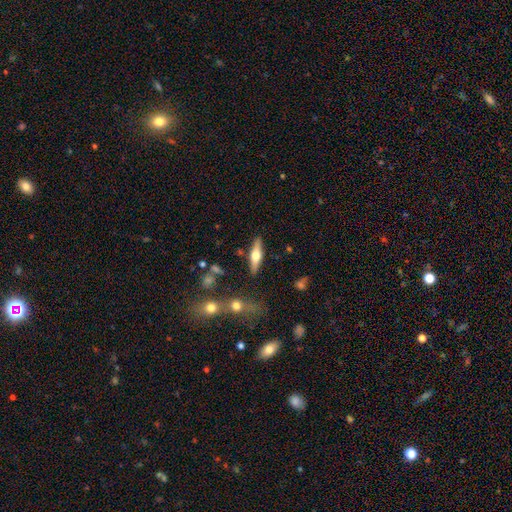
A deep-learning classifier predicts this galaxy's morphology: Smooth or featured? Predicted: featured or disk (p=0.54). Edge-on disk? Predicted: yes (p=0.92). Merging? Predicted: none (p=0.85).